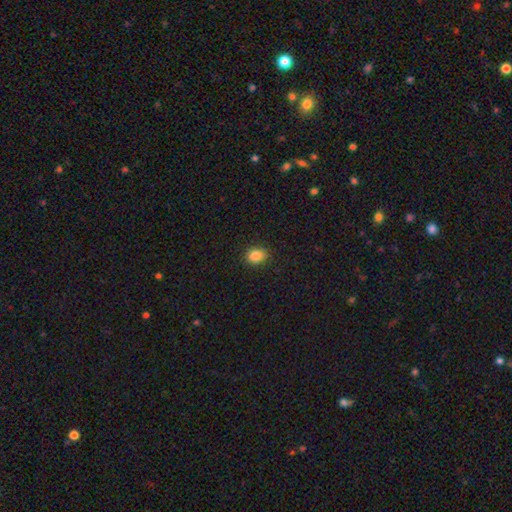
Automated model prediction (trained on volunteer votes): Smooth or featured? Predicted: smooth (p=0.86). How rounded? Predicted: in between (p=0.55). Merging? Predicted: none (p=0.85).